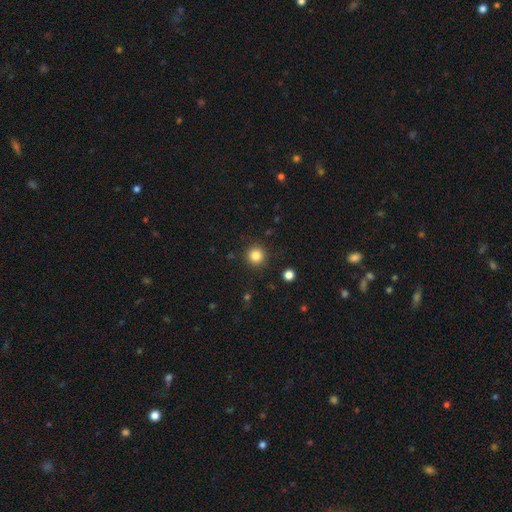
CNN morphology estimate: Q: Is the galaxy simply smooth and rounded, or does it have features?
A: smooth — 84%.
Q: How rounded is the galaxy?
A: round — 94%.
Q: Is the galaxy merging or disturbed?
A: none — 91%.